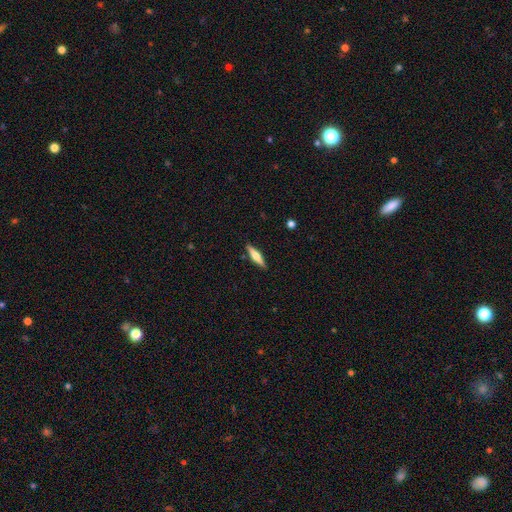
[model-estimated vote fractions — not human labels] Smooth or featured: featured or disk — 51% (smooth — 43%)
Edge-on disk: yes — 96% (no — 4%)
Merging: none — 89% (minor disturbance — 8%)